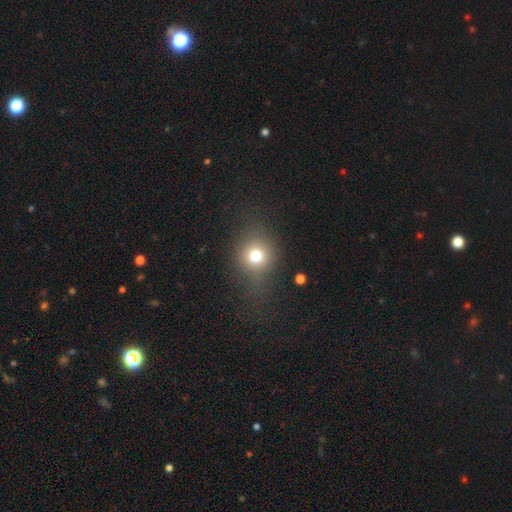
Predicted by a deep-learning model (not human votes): Smooth or featured?
  - smooth: 72% *
  - star or artifact: 16%
  - featured or disk: 12%
How rounded?
  - round: 79% *
  - in between: 20%
  - cigar-shaped: 1%
Merging?
  - none: 73% *
  - minor disturbance: 15%
  - major disturbance: 10%
  - merger: 2%